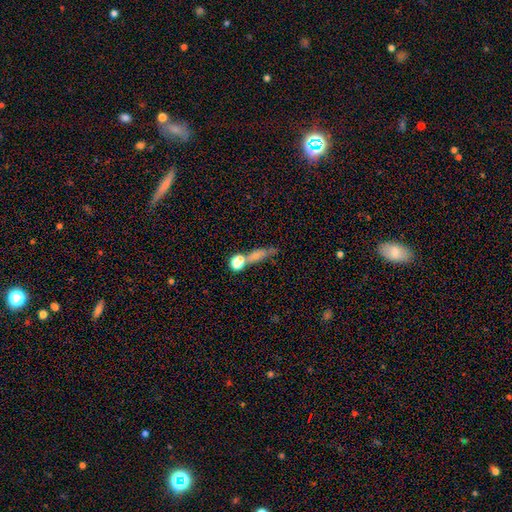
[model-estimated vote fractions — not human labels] Overall: smooth (57%; featured or disk 26%). How rounded: cigar-shaped (53%; in between 26%). Merging: none (47%; merger 31%).